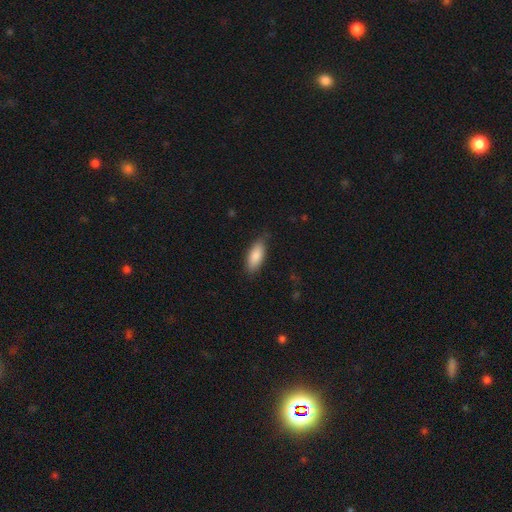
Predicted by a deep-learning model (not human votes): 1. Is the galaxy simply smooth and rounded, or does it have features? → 86% smooth, 8% featured or disk, 6% star or artifact.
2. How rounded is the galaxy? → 80% in between, 18% cigar-shaped, 2% round.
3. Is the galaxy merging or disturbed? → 80% none, 16% minor disturbance, 3% major disturbance, 1% merger.